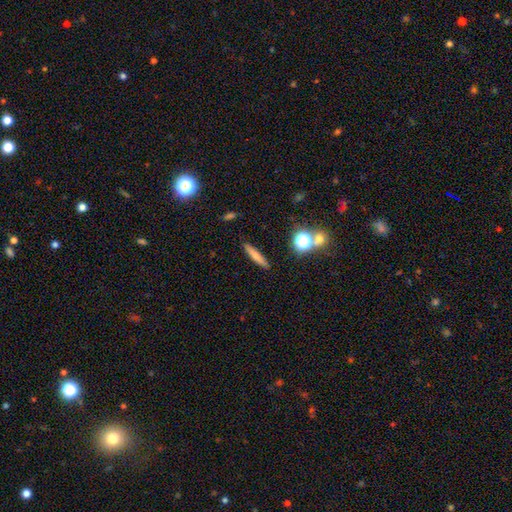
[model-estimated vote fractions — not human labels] A smooth galaxy with no disk features (72%) that is cigar-shaped (89%).

Vote fractions:
- Smooth or featured? smooth: 72% / featured or disk: 18% / star or artifact: 11%
- How rounded? cigar-shaped: 89% / in between: 8% / round: 3%
- Merging? none: 89% / minor disturbance: 7% / merger: 2% / major disturbance: 2%